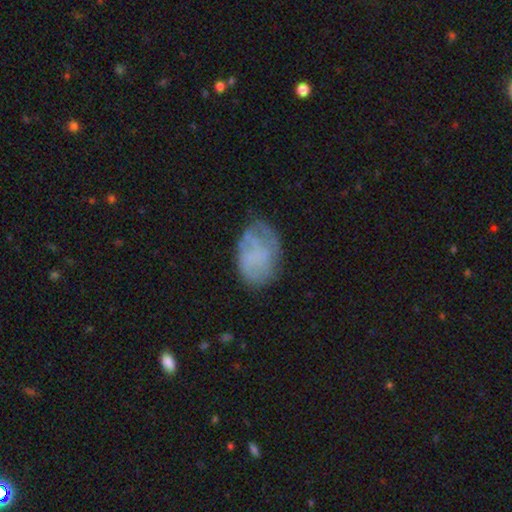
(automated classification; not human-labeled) smooth 53%, featured or disk 37%, star or artifact 10%. Down the decision tree: how rounded — in between (84%); merging — none (55%).